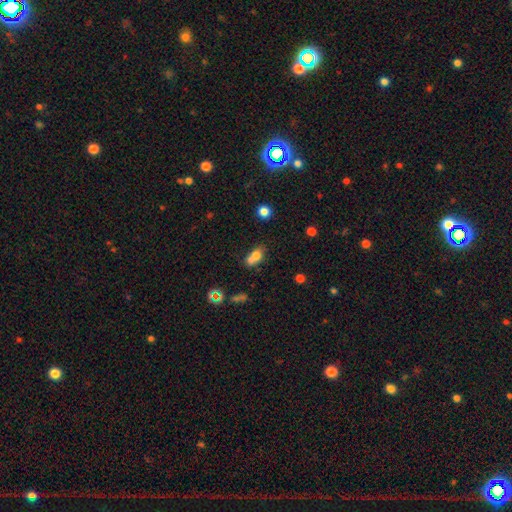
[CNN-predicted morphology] Smooth or featured?
  - smooth: 72% *
  - featured or disk: 16%
  - star or artifact: 13%
How rounded?
  - in between: 63% *
  - round: 33%
  - cigar-shaped: 4%
Merging?
  - merger: 51% *
  - none: 31%
  - minor disturbance: 12%
  - major disturbance: 6%